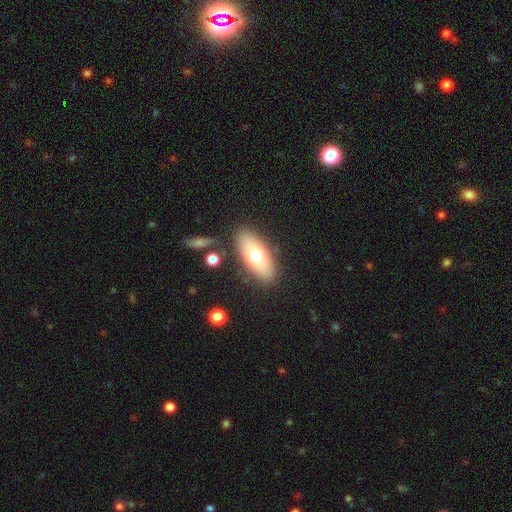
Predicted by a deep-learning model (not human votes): Smooth or featured?
  - smooth: 67% *
  - featured or disk: 25%
  - star or artifact: 7%
How rounded?
  - in between: 82% *
  - cigar-shaped: 14%
  - round: 4%
Merging?
  - none: 84% *
  - minor disturbance: 10%
  - major disturbance: 3%
  - merger: 3%